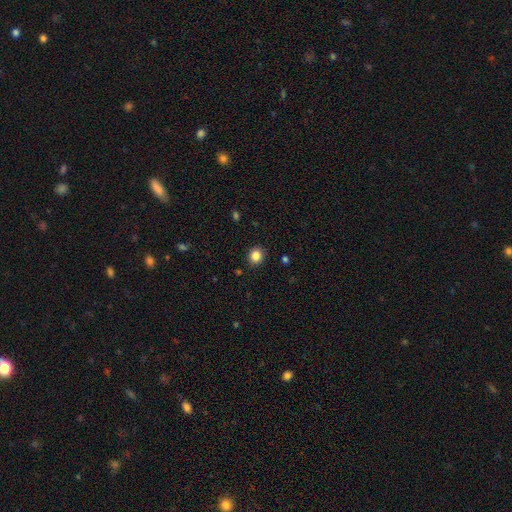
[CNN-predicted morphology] smooth-or-featured: smooth: 85% | star or artifact: 11% | featured or disk: 4%
  how-rounded: round: 83% | in between: 16% | cigar-shaped: 1%
  merging: none: 90% | minor disturbance: 6% | major disturbance: 2% | merger: 1%